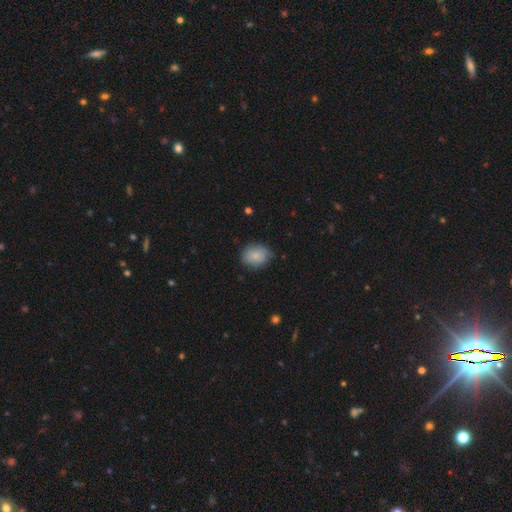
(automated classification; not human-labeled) smooth-or-featured: smooth: 84% | featured or disk: 9% | star or artifact: 7%
  how-rounded: in between: 58% | round: 41% | cigar-shaped: 1%
  merging: none: 77% | minor disturbance: 18% | major disturbance: 3% | merger: 1%